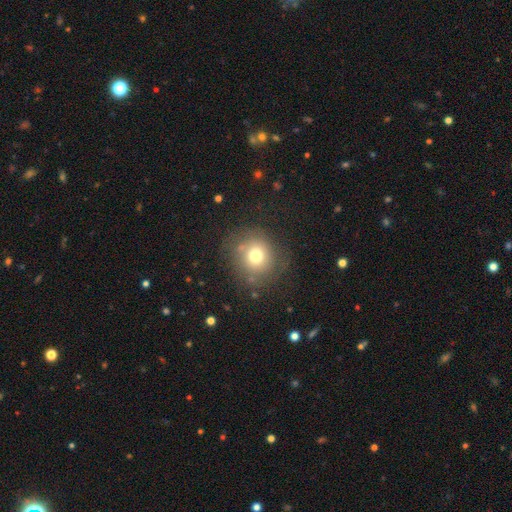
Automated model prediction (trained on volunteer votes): smooth_or_featured: smooth (p=0.72) [alt: featured or disk p=0.14]
how_rounded: round (p=0.88) [alt: in between p=0.11]
merging: none (p=0.75) [alt: minor disturbance p=0.15]